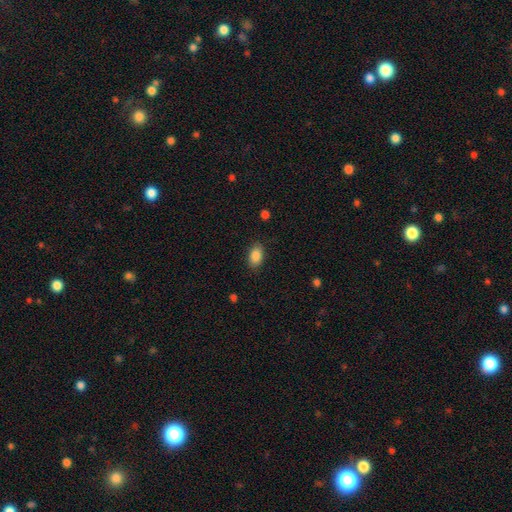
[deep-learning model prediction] Smooth or featured? Predicted: smooth (p=0.87). How rounded? Predicted: in between (p=0.91). Merging? Predicted: none (p=0.86).